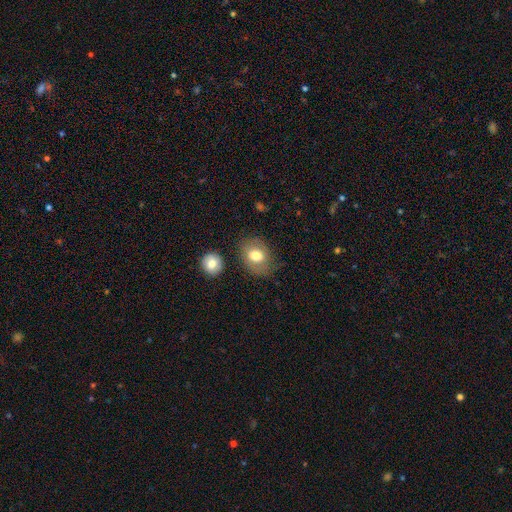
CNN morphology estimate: Smooth or featured? smooth (74%)
How rounded? in between (52%)
Merging? none (67%)